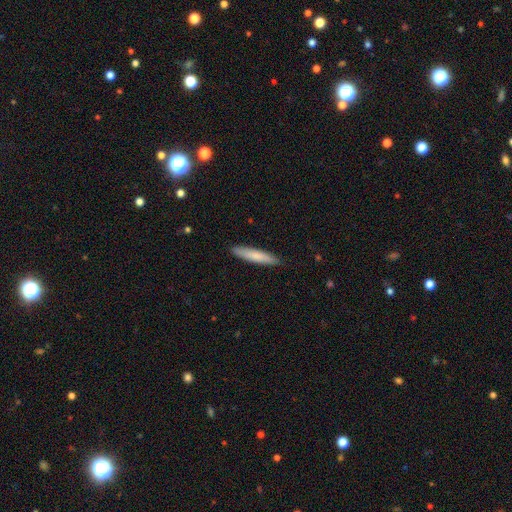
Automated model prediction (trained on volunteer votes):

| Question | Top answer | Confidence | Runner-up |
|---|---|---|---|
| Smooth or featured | smooth | 77% | featured or disk (18%) |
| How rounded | cigar-shaped | 91% | in between (8%) |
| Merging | none | 89% | minor disturbance (8%) |